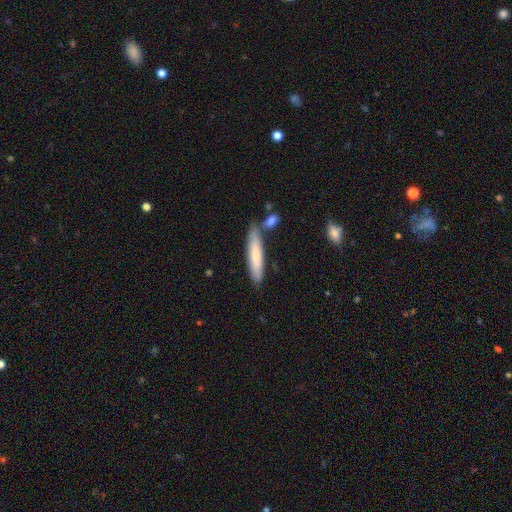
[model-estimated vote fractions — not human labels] This appears to be a smooth galaxy with no disk features (75%) that is cigar-shaped (87%). Merging: none (71%).